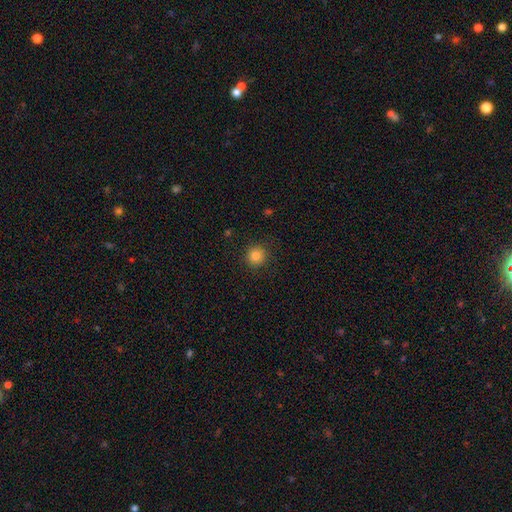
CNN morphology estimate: This appears to be a smooth galaxy with no disk features (84%) that is round (94%). Merging: none (90%).